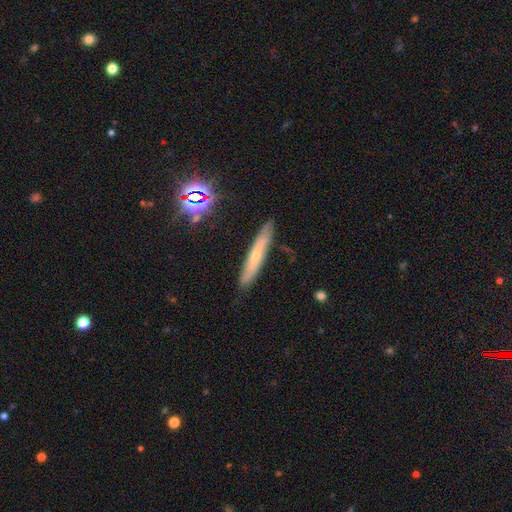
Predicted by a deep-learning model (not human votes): Smooth or featured?
  - featured or disk: 47% *
  - smooth: 42%
  - star or artifact: 11%
Merging?
  - none: 83% *
  - minor disturbance: 13%
  - major disturbance: 2%
  - merger: 2%